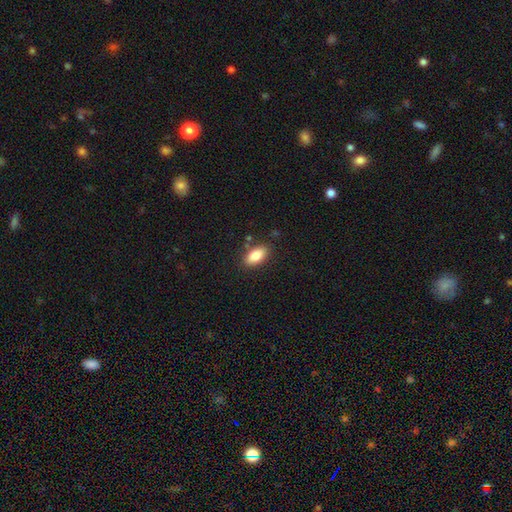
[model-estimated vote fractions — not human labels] Overall: smooth (84%). How rounded: in between (90%). Merging: none (83%).